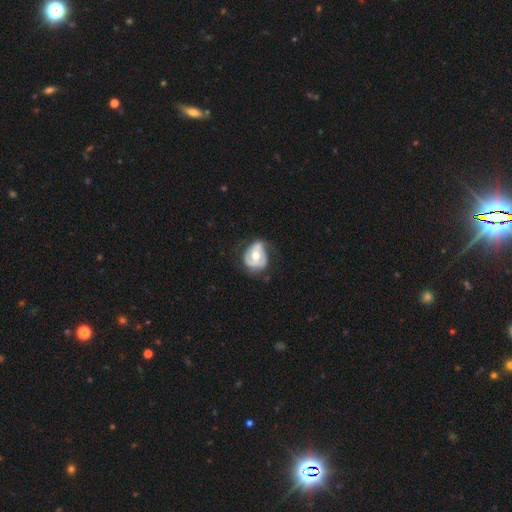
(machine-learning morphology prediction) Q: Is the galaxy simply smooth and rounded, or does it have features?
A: featured or disk — 63%.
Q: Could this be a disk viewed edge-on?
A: no — 97%.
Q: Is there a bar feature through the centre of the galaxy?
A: no — 57%.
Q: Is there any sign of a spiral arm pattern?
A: yes — 69%.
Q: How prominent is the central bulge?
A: moderate — 75%.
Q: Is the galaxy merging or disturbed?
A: none — 52%.